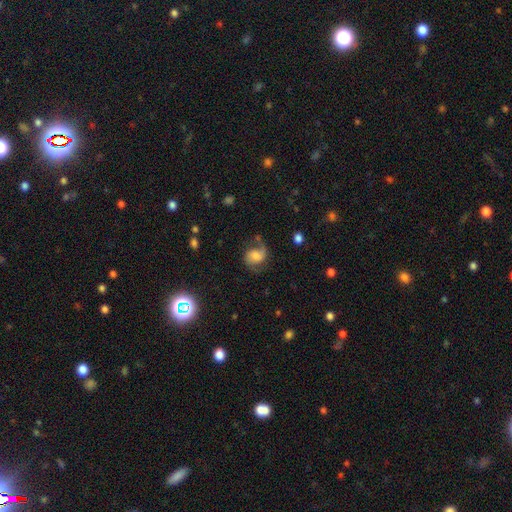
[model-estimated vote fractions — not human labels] Smooth or featured?
  - featured or disk: 64% *
  - smooth: 26%
  - star or artifact: 10%
Edge-on disk?
  - no: 98% *
  - yes: 2%
Bar?
  - no: 56% *
  - weak: 35%
  - strong: 9%
Spiral arms?
  - yes: 92% *
  - no: 8%
Spiral winding?
  - medium: 43% *
  - loose: 42%
  - tight: 14%
Spiral arm count?
  - 2: 71% *
  - 1: 22%
  - can't tell: 4%
  - 3: 1%
  - 4: 1%
  - more than 4: 1%
Bulge size?
  - moderate: 33% *
  - small: 25%
  - large: 21%
  - none: 17%
  - dominant: 5%
Merging?
  - none: 56% *
  - minor disturbance: 21%
  - major disturbance: 19%
  - merger: 3%